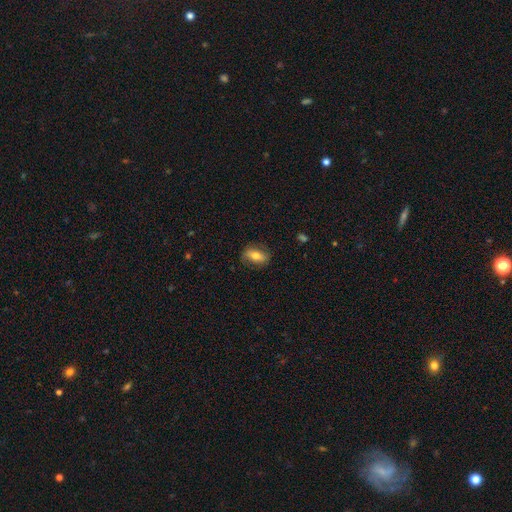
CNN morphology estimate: Smooth or featured? smooth (58%)
How rounded? in between (80%)
Merging? none (79%)